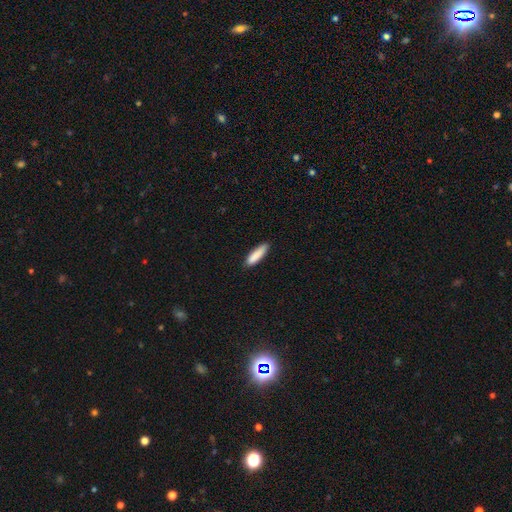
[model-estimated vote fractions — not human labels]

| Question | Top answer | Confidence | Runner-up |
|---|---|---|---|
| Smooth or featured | smooth | 87% | featured or disk (7%) |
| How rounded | cigar-shaped | 73% | in between (26%) |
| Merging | none | 85% | minor disturbance (12%) |